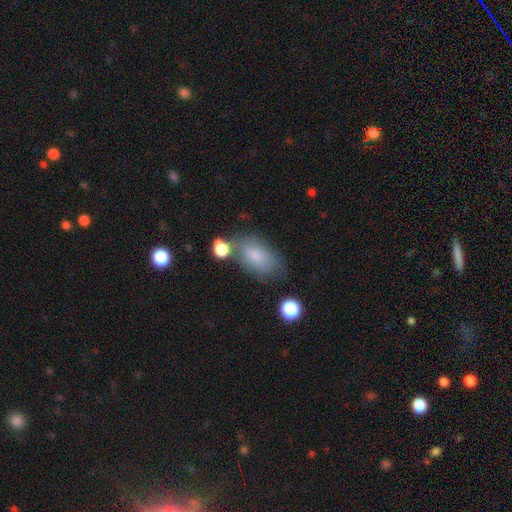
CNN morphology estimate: Overall: smooth (77%). How rounded: in between (90%). Merging: none (60%; minor disturbance 21%).